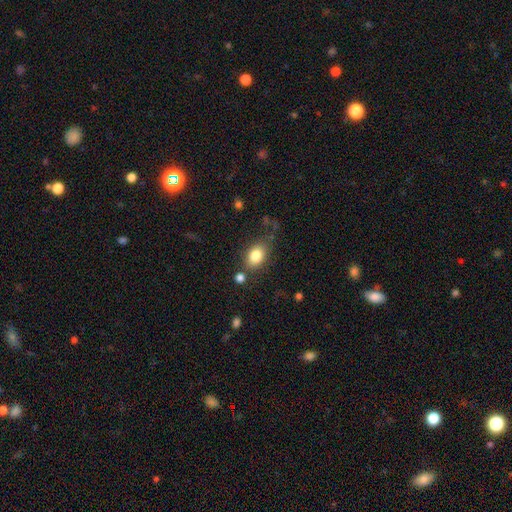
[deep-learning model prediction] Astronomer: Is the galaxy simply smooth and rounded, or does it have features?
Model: smooth — 82%.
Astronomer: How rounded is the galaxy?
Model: in between — 79%.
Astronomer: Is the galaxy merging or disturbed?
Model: none — 71%.